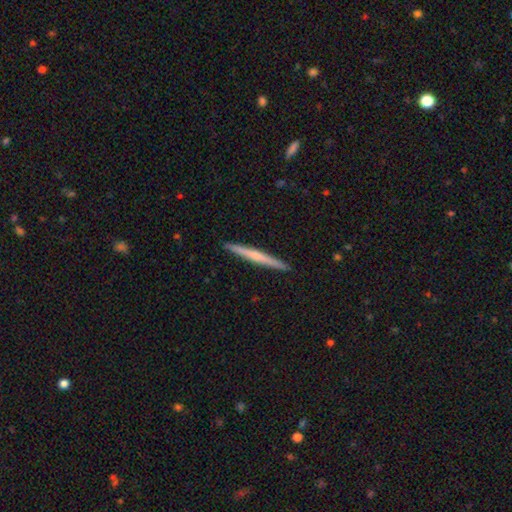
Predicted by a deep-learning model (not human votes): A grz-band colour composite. It shows a featured or disk galaxy (51%) viewed edge-on (98%) with no central bulge (54%). Merging: none (93%).